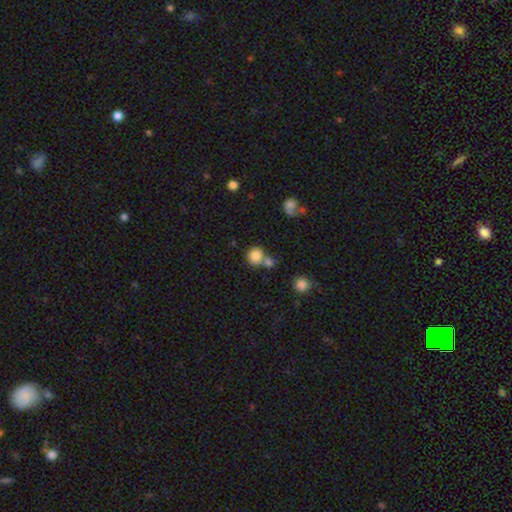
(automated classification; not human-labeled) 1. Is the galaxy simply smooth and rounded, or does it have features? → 82% smooth, 11% star or artifact, 8% featured or disk.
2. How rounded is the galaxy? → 88% round, 11% in between, 1% cigar-shaped.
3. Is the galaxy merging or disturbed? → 58% none, 29% merger, 9% minor disturbance, 4% major disturbance.